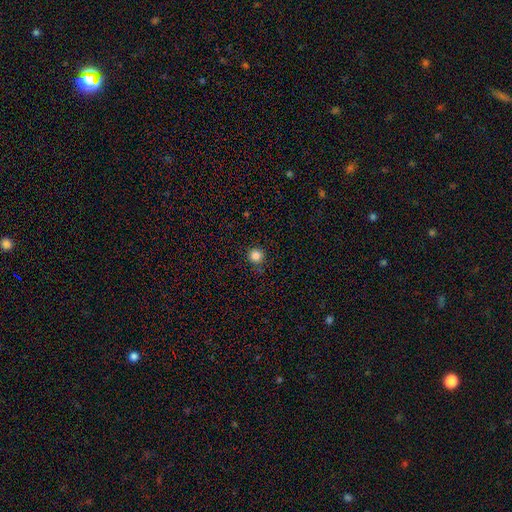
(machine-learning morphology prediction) Q: Smooth or featured?
A: smooth (85%); runner-up: star or artifact (12%)
Q: How rounded?
A: round (95%); runner-up: in between (4%)
Q: Merging?
A: none (89%); runner-up: minor disturbance (7%)